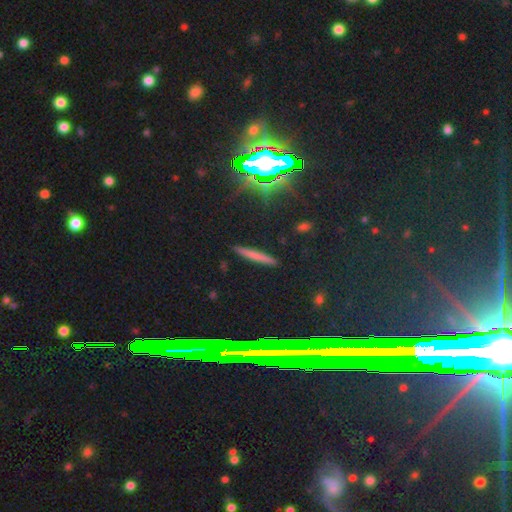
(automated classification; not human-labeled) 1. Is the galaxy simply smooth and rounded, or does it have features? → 57% smooth, 23% featured or disk, 21% star or artifact.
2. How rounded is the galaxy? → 92% cigar-shaped, 5% in between, 3% round.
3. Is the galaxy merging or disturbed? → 90% none, 7% minor disturbance, 2% major disturbance, 2% merger.